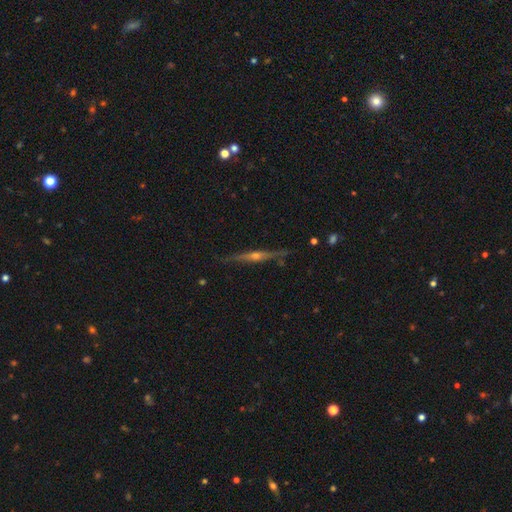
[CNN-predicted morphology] type=featured or disk (81%); edge-on=yes (98%); edge-on bulge=rounded (87%); merging=none (87%).